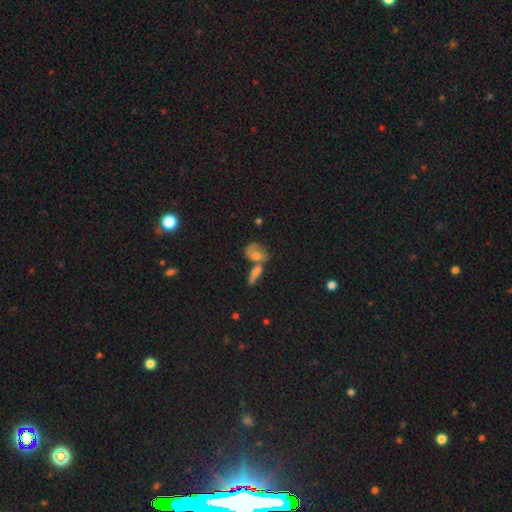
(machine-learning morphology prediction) Smooth or featured: smooth — 41% (star or artifact — 40%)
Merging: none — 42% (merger — 37%)